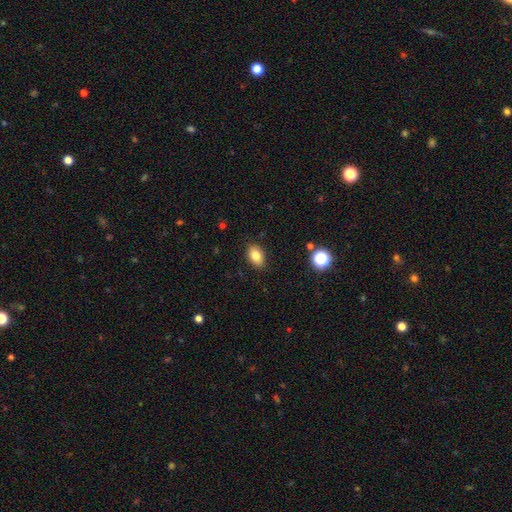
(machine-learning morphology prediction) Q: Smooth or featured?
A: smooth (82%); runner-up: star or artifact (10%)
Q: How rounded?
A: in between (84%); runner-up: round (15%)
Q: Merging?
A: none (87%); runner-up: minor disturbance (10%)